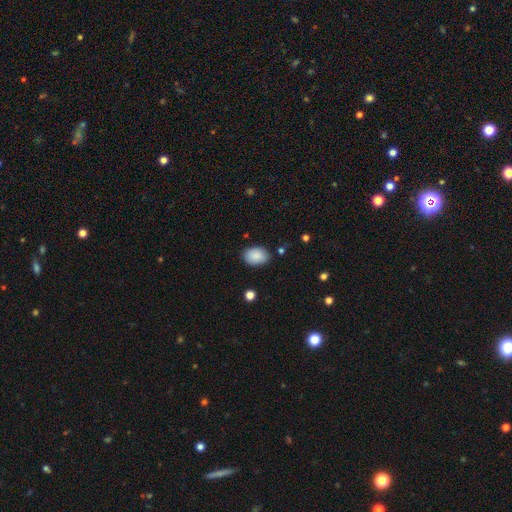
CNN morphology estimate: Overall: smooth (89%). How rounded: in between (84%). Merging: none (85%).